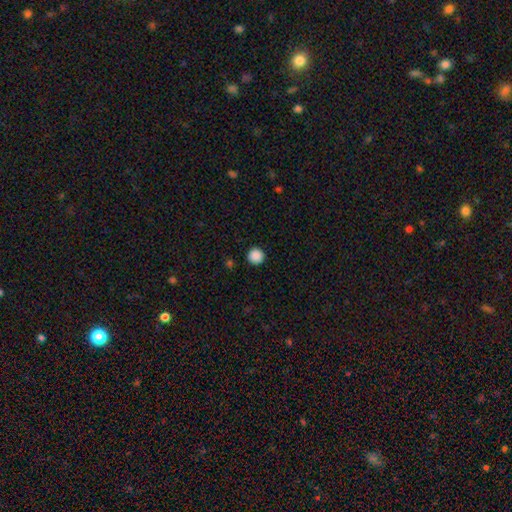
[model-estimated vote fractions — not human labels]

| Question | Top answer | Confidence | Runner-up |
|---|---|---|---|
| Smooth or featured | smooth | 88% | star or artifact (10%) |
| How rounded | round | 95% | in between (4%) |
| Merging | none | 92% | minor disturbance (5%) |